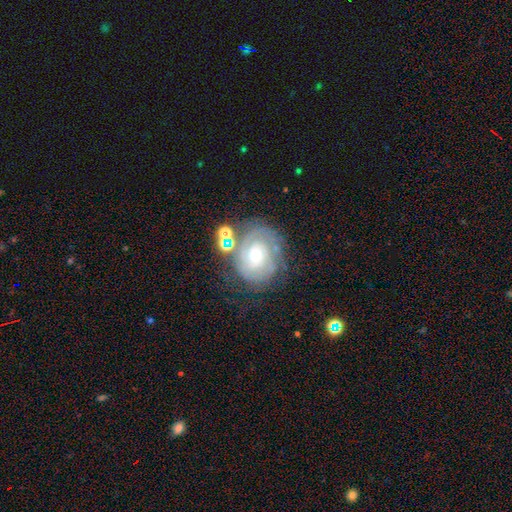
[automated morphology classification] This appears to be a featured or disk galaxy (80%) with no bar (67%), 2 (36%) tight (71%) spiral arms (94%) and a small central bulge (47%). Merging: none (63%).